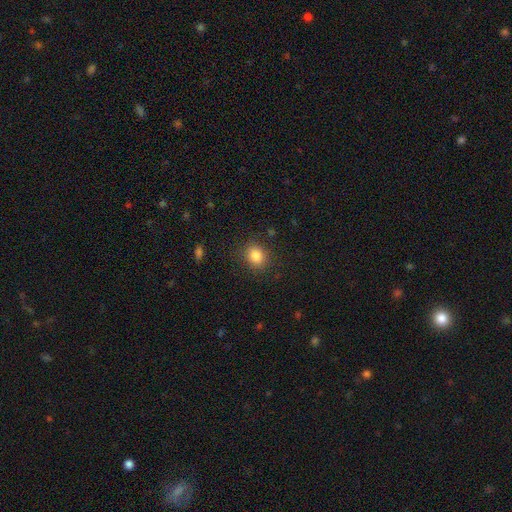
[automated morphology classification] smooth-or-featured: smooth: 84% | star or artifact: 10% | featured or disk: 5%
  how-rounded: round: 60% | in between: 39% | cigar-shaped: 1%
  merging: none: 86% | minor disturbance: 9% | major disturbance: 3% | merger: 1%